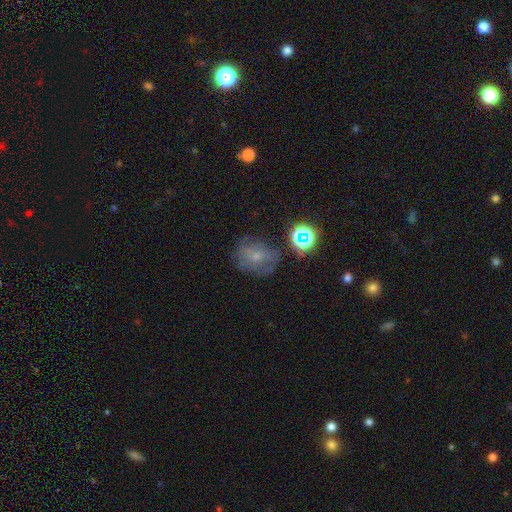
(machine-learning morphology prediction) This appears to be a smooth galaxy with no disk features (42%). Merging: none (57%).